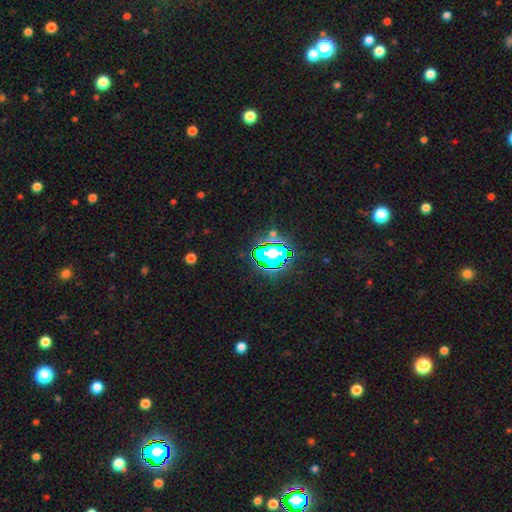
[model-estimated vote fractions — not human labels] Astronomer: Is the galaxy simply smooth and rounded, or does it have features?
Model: star or artifact — 82%.